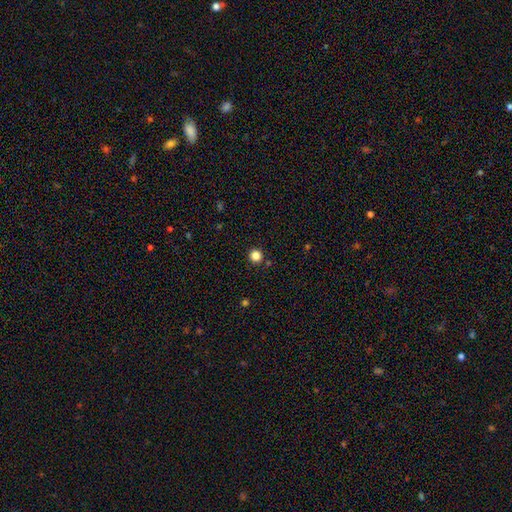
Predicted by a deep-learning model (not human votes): A smooth galaxy with no disk features (83%) that is round (96%).

Vote fractions:
- Smooth or featured? smooth: 83% / star or artifact: 13% / featured or disk: 4%
- How rounded? round: 96% / in between: 3% / cigar-shaped: 1%
- Merging? none: 92% / minor disturbance: 5% / merger: 2% / major disturbance: 2%